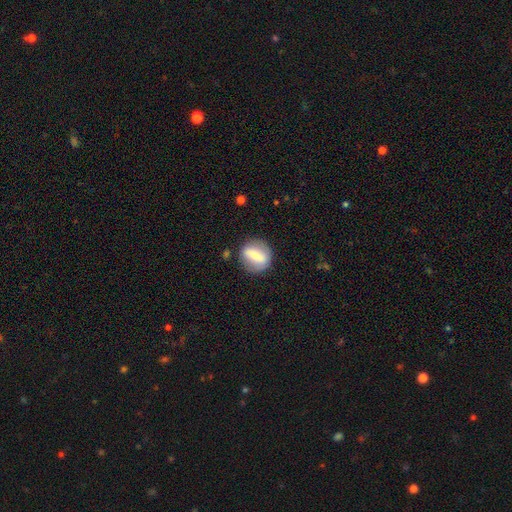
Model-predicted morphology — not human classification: type=smooth (53%); roundness=round (65%); merging=none (80%).